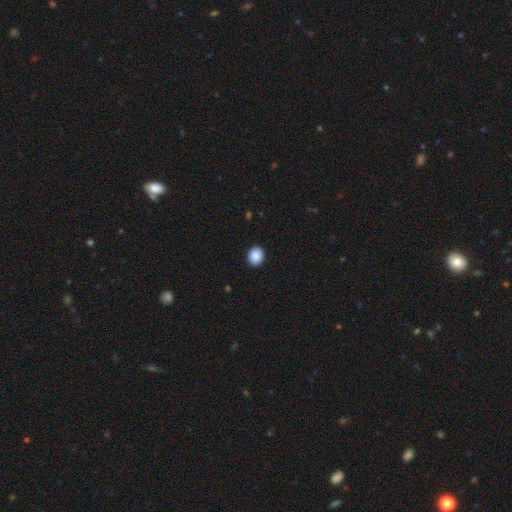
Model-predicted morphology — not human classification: This is clearly a smooth galaxy (89%). How rounded: likely round (68%). Merging: clearly none (91%).